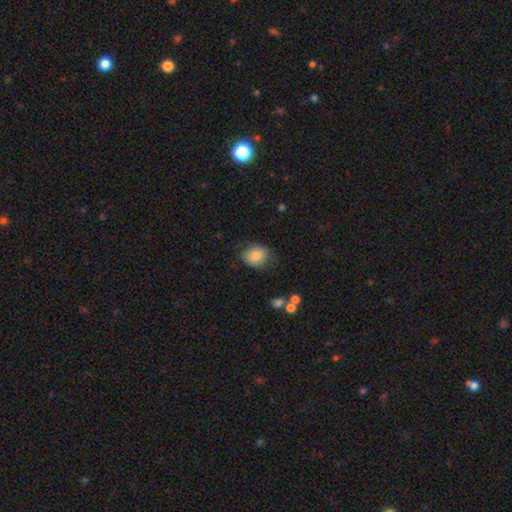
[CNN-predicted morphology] A smooth galaxy with no disk features (79%) that is round (56%). Merging: none (70%).